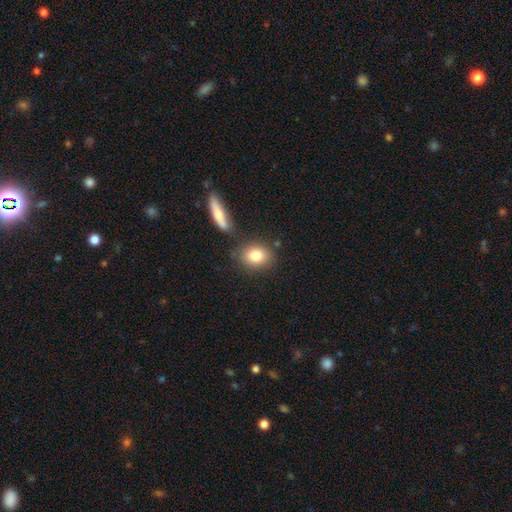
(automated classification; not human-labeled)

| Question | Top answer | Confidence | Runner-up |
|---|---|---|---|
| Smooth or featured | smooth | 82% | featured or disk (10%) |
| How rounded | in between | 51% | round (46%) |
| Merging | none | 74% | minor disturbance (12%) |